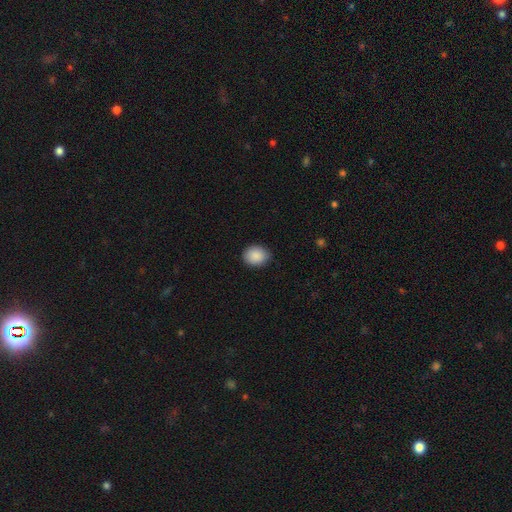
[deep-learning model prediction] smooth_or_featured: smooth (p=0.89) [alt: star or artifact p=0.07]
how_rounded: round (p=0.59) [alt: in between p=0.40]
merging: none (p=0.85) [alt: minor disturbance p=0.12]